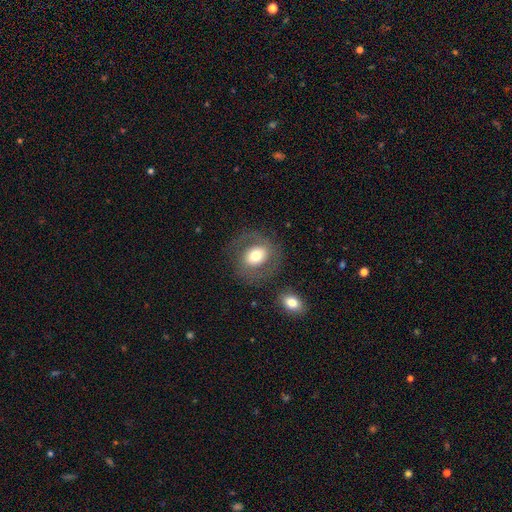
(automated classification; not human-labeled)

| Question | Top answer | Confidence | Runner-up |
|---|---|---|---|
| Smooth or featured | smooth | 47% | featured or disk (45%) |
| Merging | none | 76% | minor disturbance (13%) |